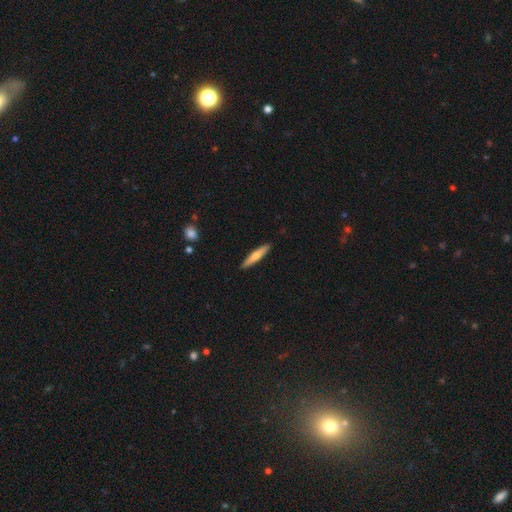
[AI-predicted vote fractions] The model was most divided on "smooth or featured": smooth: 58%, featured or disk: 37%, star or artifact: 5%. More confident: merging — none (91%); how rounded — cigar-shaped (88%).